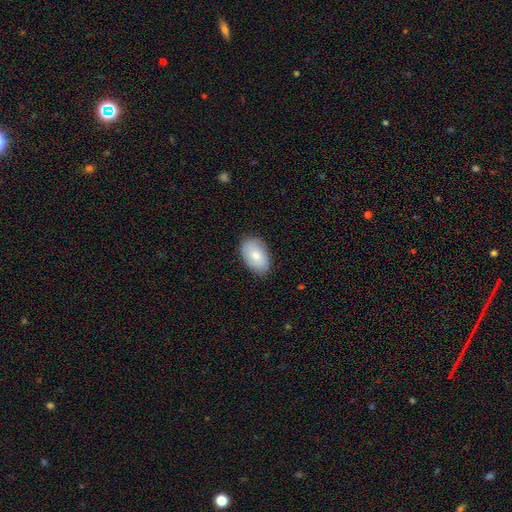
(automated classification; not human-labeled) smooth_or_featured: smooth (p=0.76) [alt: featured or disk p=0.17]
how_rounded: in between (p=0.91) [alt: round p=0.08]
merging: none (p=0.85) [alt: minor disturbance p=0.12]